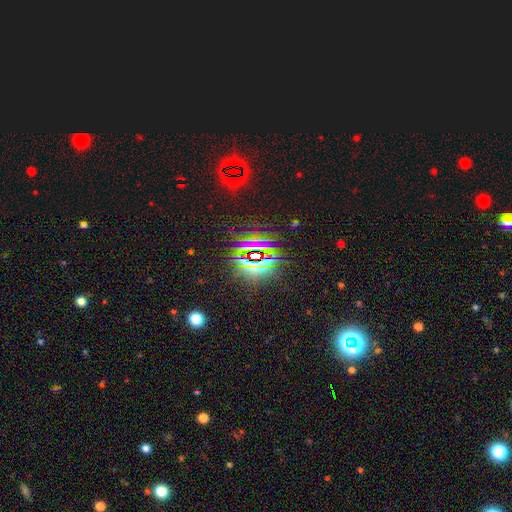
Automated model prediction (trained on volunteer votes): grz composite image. It shows a star or artifact, not a galaxy (80%).